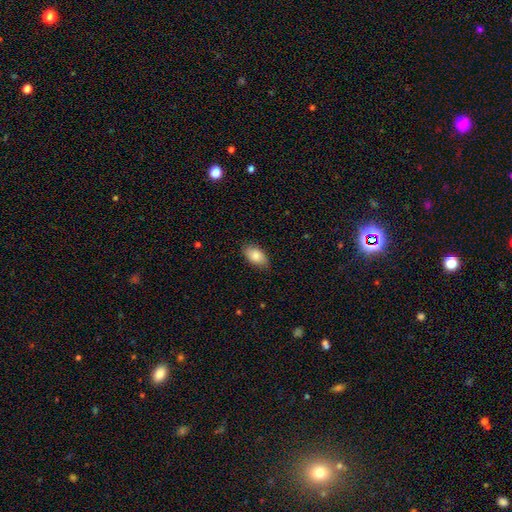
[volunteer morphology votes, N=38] smooth-or-featured: smooth: 87% | featured or disk: 13% | star or artifact: 0%
  how-rounded: in between: 94% | round: 6% | cigar-shaped: 0%
  merging: none: 89% | minor disturbance: 11% | major disturbance: 0% | merger: 0%